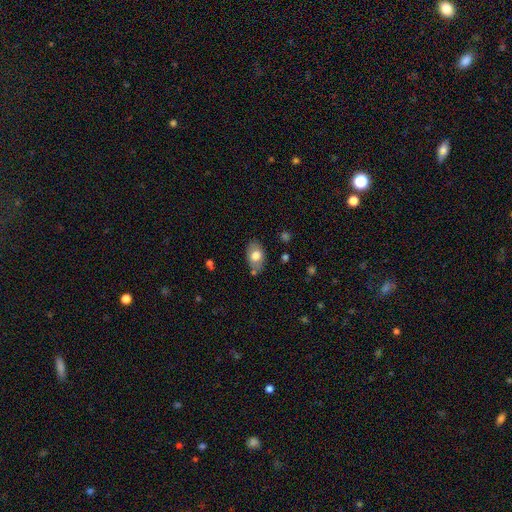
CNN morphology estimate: Smooth or featured? smooth (74%)
How rounded? in between (86%)
Merging? none (72%)